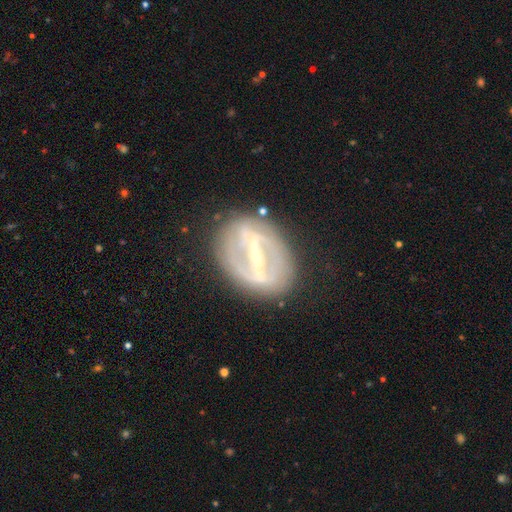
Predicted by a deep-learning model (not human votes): Smooth or featured? featured or disk (84%)
Edge-on disk? no (91%)
Bar? strong (83%)
Spiral arms? yes (52%)
Bulge size? small (74%)
Merging? none (79%)